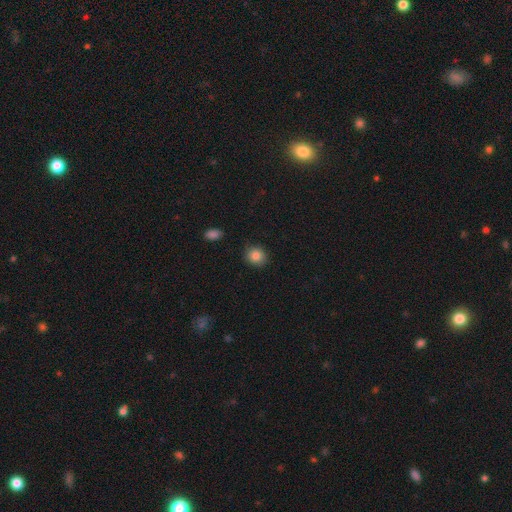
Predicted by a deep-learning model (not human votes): Overall: smooth (85%). How rounded: round (77%). Merging: none (88%).